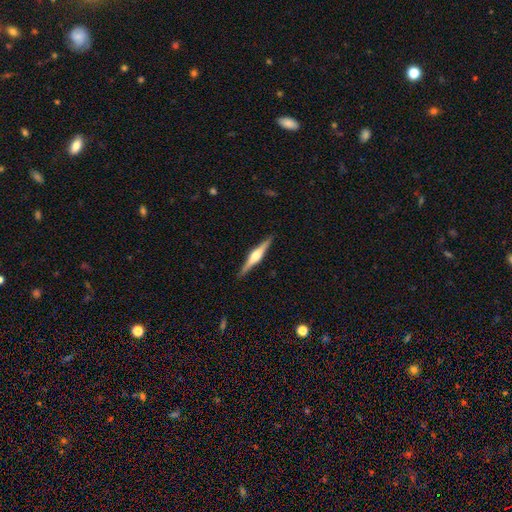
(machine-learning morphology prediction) Smooth or featured? featured or disk (76%)
Edge-on disk? yes (98%)
Edge-on bulge? rounded (89%)
Merging? none (91%)